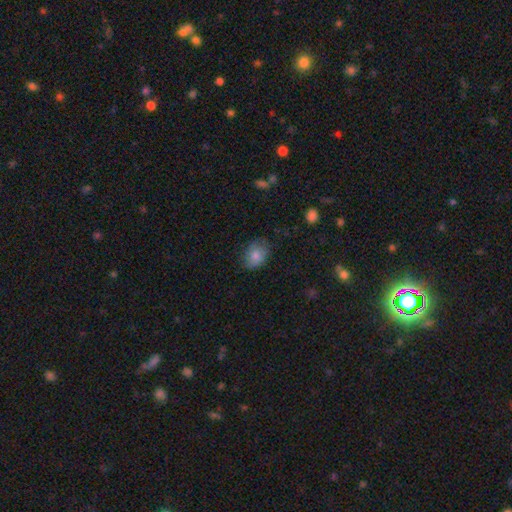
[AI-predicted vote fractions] Smooth or featured? Predicted: smooth (p=0.79). How rounded? Predicted: in between (p=0.72). Merging? Predicted: none (p=0.69).